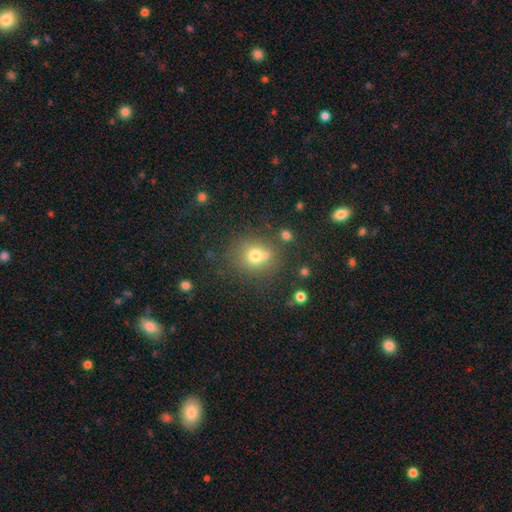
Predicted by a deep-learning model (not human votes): The model was most divided on "merging": none: 61%, minor disturbance: 16%, merger: 16%, major disturbance: 7%. More confident: how rounded — round (78%); smooth or featured — smooth (71%).